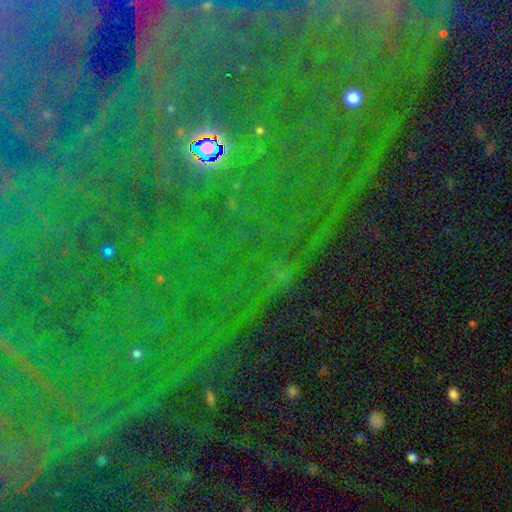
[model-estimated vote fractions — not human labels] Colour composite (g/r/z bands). It shows a star or artifact, not a galaxy (82%).